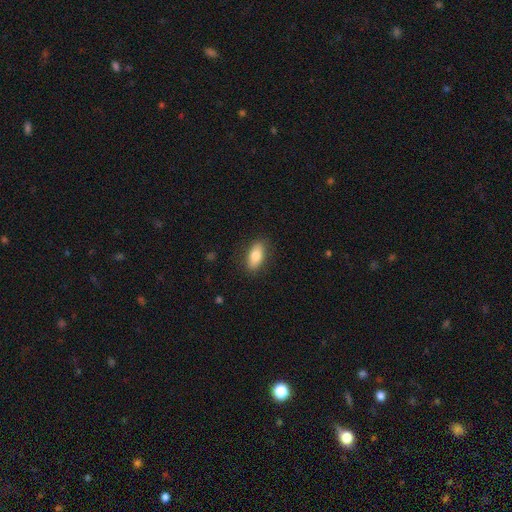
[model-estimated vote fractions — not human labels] Smooth or featured: smooth — 78% (featured or disk — 15%)
How rounded: in between — 87% (cigar-shaped — 9%)
Merging: none — 86% (minor disturbance — 11%)